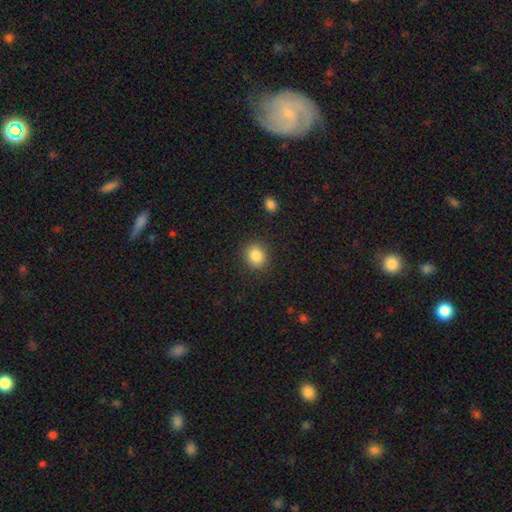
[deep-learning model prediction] Smooth or featured: smooth — 85% (star or artifact — 10%)
How rounded: round — 79% (in between — 20%)
Merging: none — 88% (minor disturbance — 8%)